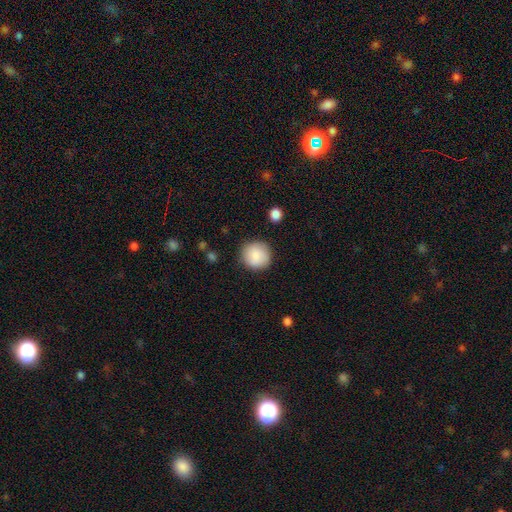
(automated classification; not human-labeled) Overall: smooth (86%). How rounded: round (94%). Merging: none (87%).